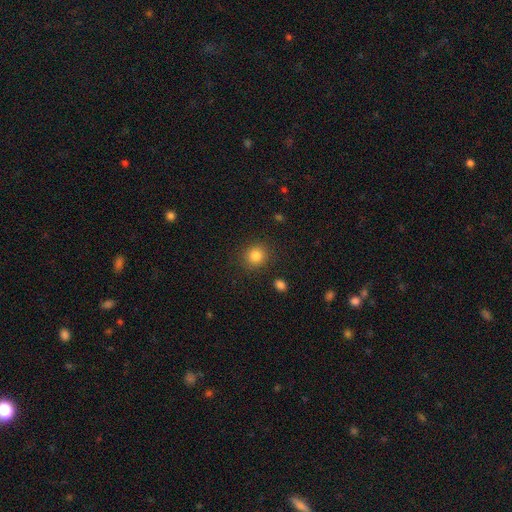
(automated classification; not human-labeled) Smooth or featured: smooth — 84% (star or artifact — 11%)
How rounded: round — 87% (in between — 12%)
Merging: none — 88% (minor disturbance — 7%)